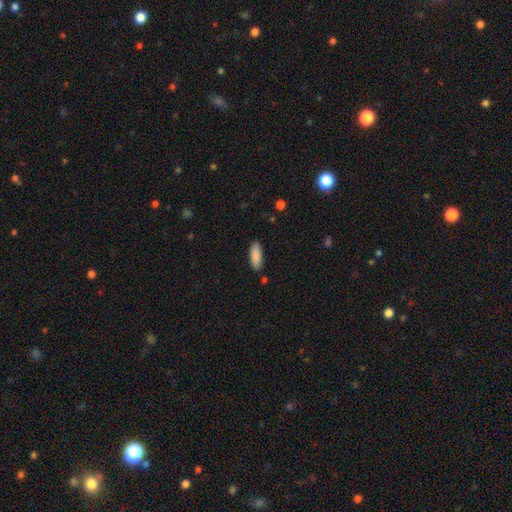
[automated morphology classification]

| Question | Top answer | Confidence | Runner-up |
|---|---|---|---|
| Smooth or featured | smooth | 89% | star or artifact (6%) |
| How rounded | in between | 68% | cigar-shaped (30%) |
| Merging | none | 86% | minor disturbance (10%) |